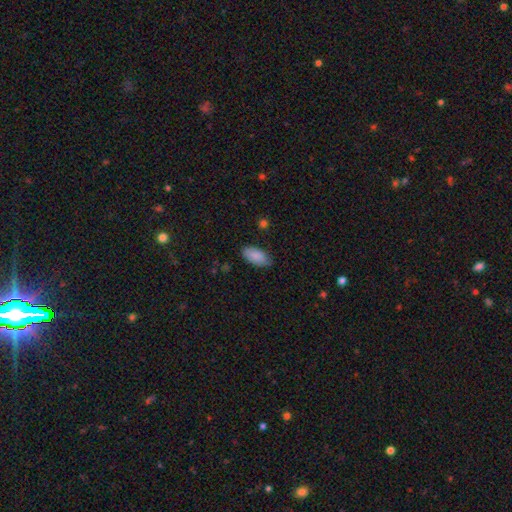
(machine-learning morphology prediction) Smooth or featured? smooth (86%)
How rounded? in between (93%)
Merging? none (78%)